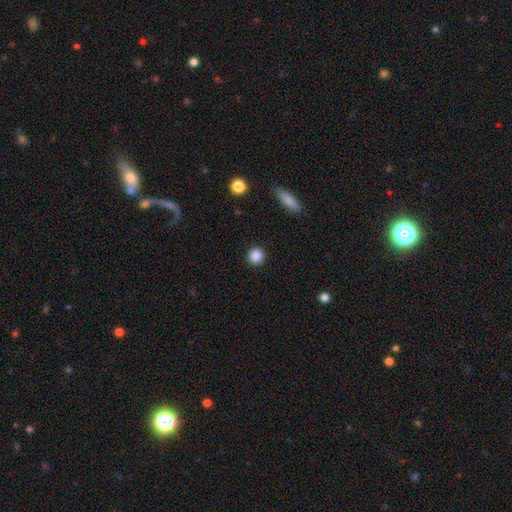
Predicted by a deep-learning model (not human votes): smooth_or_featured: smooth (p=0.87) [alt: star or artifact p=0.09]
how_rounded: round (p=0.93) [alt: in between p=0.06]
merging: none (p=0.91) [alt: minor disturbance p=0.05]